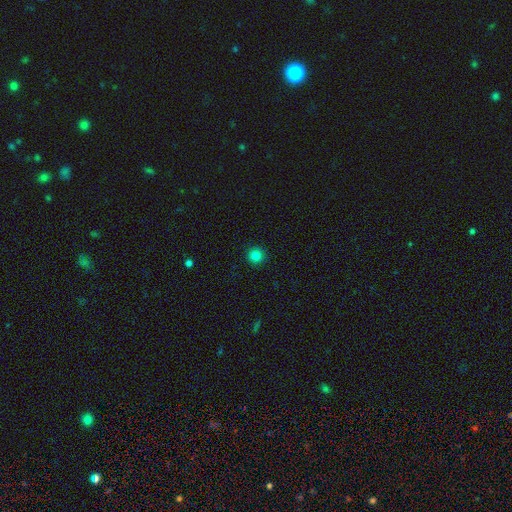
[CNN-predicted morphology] A smooth galaxy with no disk features (82%) that is round (96%). Merging: none (93%).